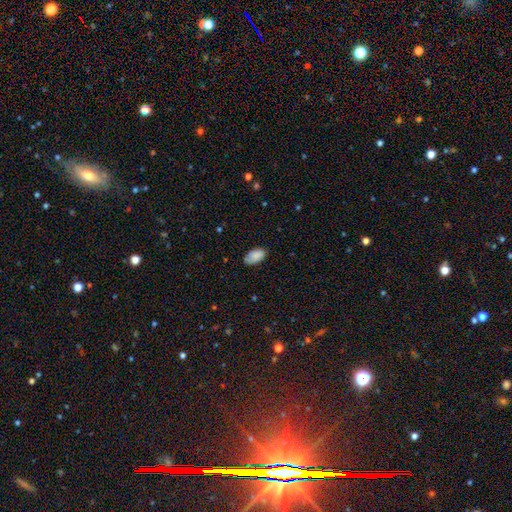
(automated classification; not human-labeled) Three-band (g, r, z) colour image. It shows a smooth galaxy with no disk features (86%) that is in between round and cigar-shaped (94%). Merging: none (73%).